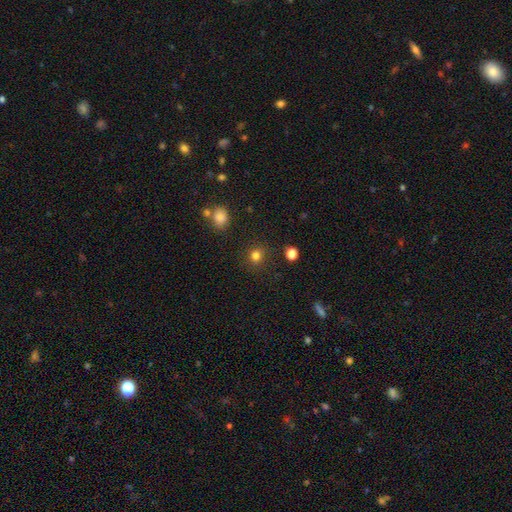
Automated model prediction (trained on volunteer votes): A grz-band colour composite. It shows a smooth galaxy with no disk features (81%) that is round (85%). Merging: none (85%).